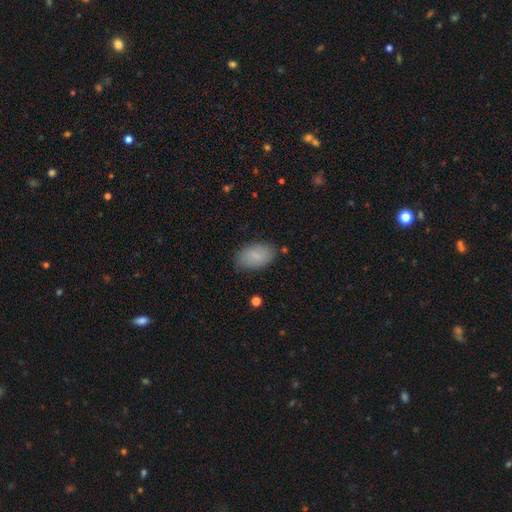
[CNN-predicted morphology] A smooth galaxy with no disk features (83%) that is in between round and cigar-shaped (93%).

Vote fractions:
- Smooth or featured? smooth: 83% / featured or disk: 10% / star or artifact: 7%
- How rounded? in between: 93% / round: 5% / cigar-shaped: 2%
- Merging? none: 81% / minor disturbance: 14% / major disturbance: 3% / merger: 2%